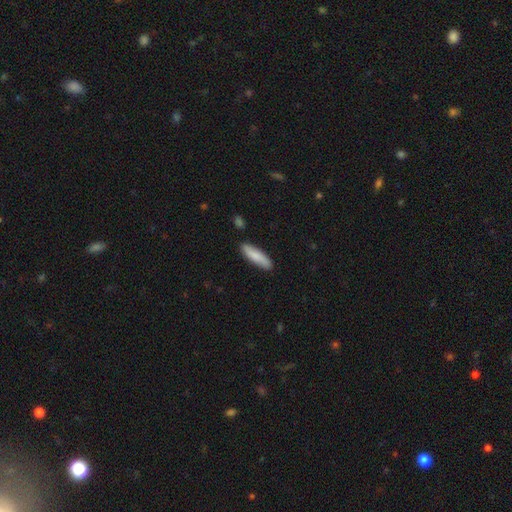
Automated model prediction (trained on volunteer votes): Overall: smooth (81%). How rounded: cigar-shaped (69%; in between 29%). Merging: none (86%).